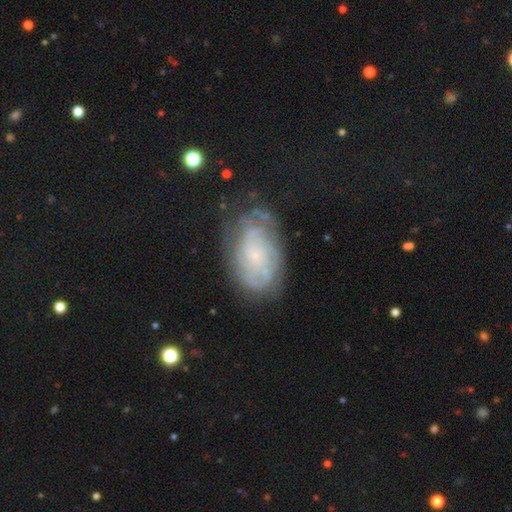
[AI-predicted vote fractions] Smooth or featured: featured or disk — 71% (smooth — 20%)
Edge-on disk: no — 96% (yes — 4%)
Bar: no — 79% (weak — 18%)
Spiral arms: yes — 84% (no — 16%)
Spiral winding: tight — 66% (medium — 25%)
Spiral arm count: can't tell — 57% (2 — 15%)
Bulge size: small — 79% (moderate — 12%)
Merging: none — 65% (minor disturbance — 22%)